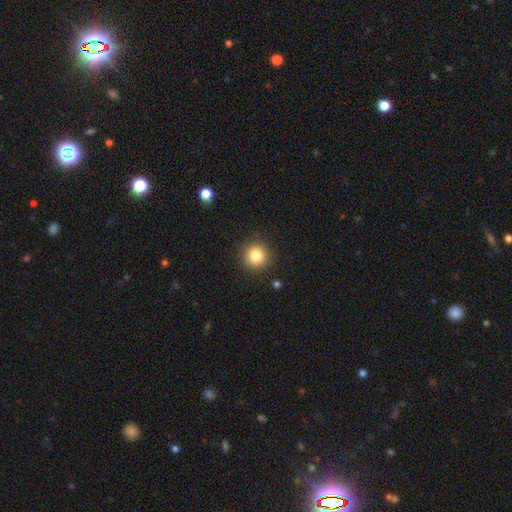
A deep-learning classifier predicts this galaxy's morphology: Smooth or featured? Predicted: smooth (p=0.84). How rounded? Predicted: round (p=0.95). Merging? Predicted: none (p=0.90).